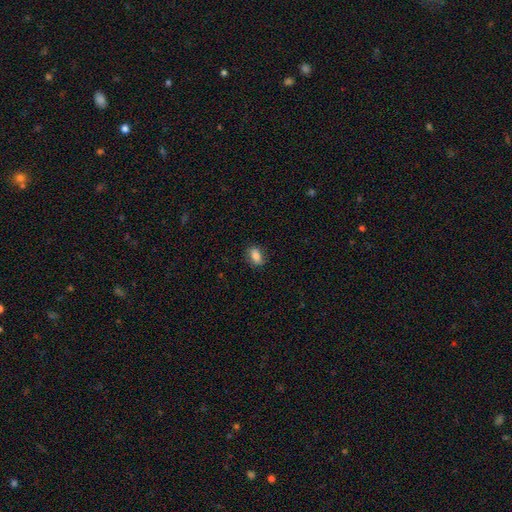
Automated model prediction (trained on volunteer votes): Smooth or featured?
  - smooth: 85% *
  - star or artifact: 8%
  - featured or disk: 7%
How rounded?
  - in between: 84% *
  - round: 11%
  - cigar-shaped: 4%
Merging?
  - none: 83% *
  - minor disturbance: 13%
  - major disturbance: 3%
  - merger: 1%